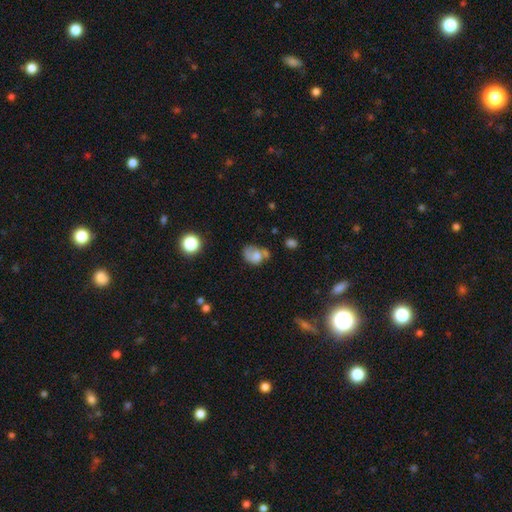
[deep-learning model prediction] Smooth or featured? smooth (55%)
How rounded? in between (56%)
Merging? none (31%)